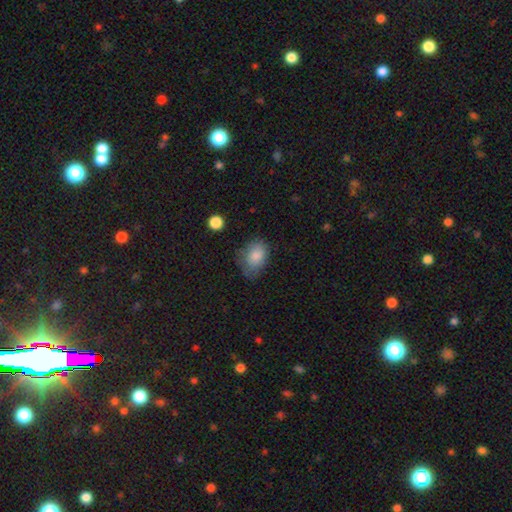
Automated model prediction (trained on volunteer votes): Morphology: type=smooth (83%); roundness=in between (78%); merging=none (59%).